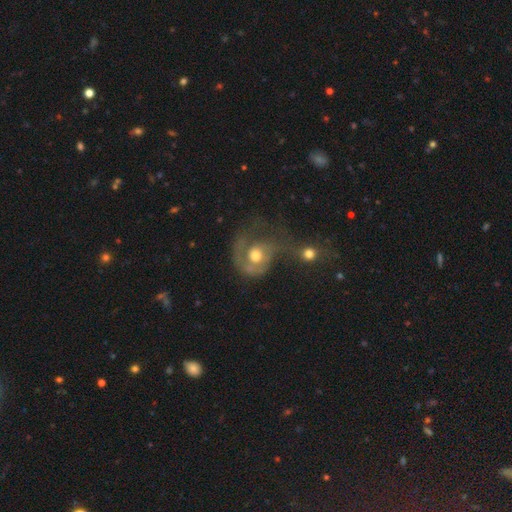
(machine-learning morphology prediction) This is likely a featured or disk galaxy (61%). It is clearly not viewed edge-on (97%). Bar: clearly no (81%). Spiral arm pattern: likely yes (72%). Central bulge: likely moderate (69%). Merging: marginally major disturbance (41%).